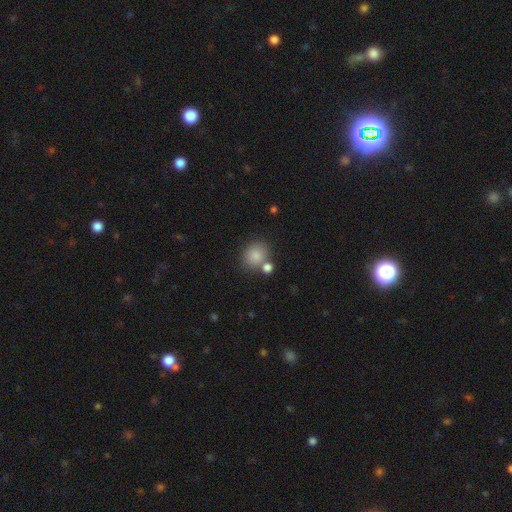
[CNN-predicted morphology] Smooth or featured: smooth — 84% (star or artifact — 10%)
How rounded: round — 69% (in between — 30%)
Merging: none — 66% (merger — 18%)